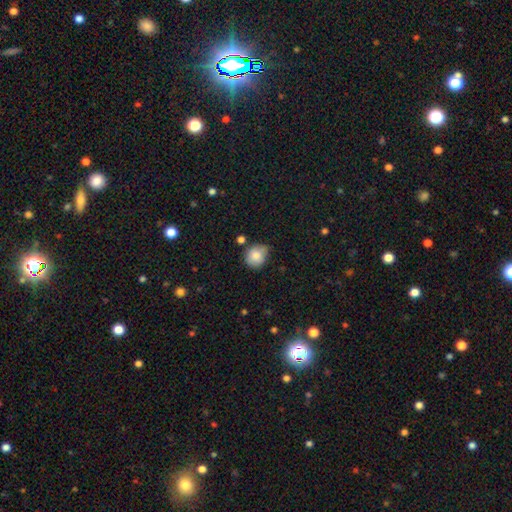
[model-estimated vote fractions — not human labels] Q: Smooth or featured?
A: smooth (81%); runner-up: featured or disk (10%)
Q: How rounded?
A: round (75%); runner-up: in between (25%)
Q: Merging?
A: none (60%); runner-up: minor disturbance (29%)